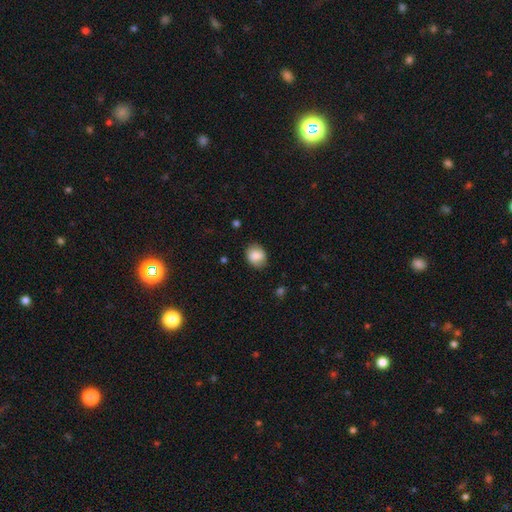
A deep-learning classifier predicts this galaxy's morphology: Smooth or featured? smooth (82%)
How rounded? in between (56%)
Merging? none (79%)